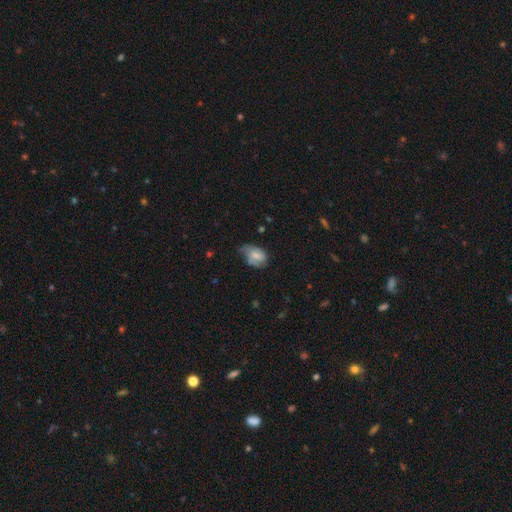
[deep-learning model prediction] Morphology: type=smooth (57%); roundness=in between (78%); merging=minor disturbance (40%).